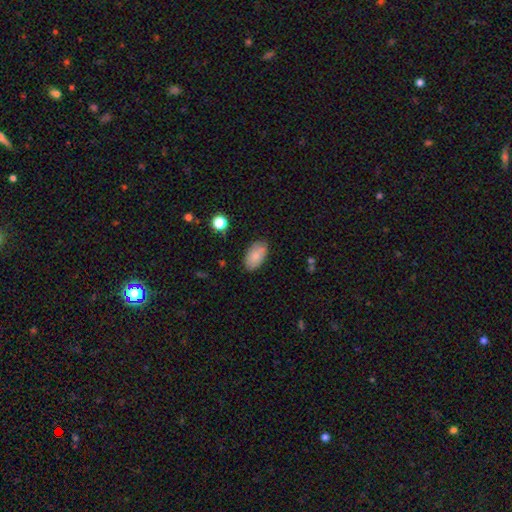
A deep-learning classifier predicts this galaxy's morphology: A smooth galaxy with no disk features (77%) that is in between round and cigar-shaped (93%).

Vote fractions:
- Smooth or featured? smooth: 77% / featured or disk: 15% / star or artifact: 8%
- How rounded? in between: 93% / round: 5% / cigar-shaped: 2%
- Merging? none: 80% / minor disturbance: 15% / major disturbance: 3% / merger: 2%